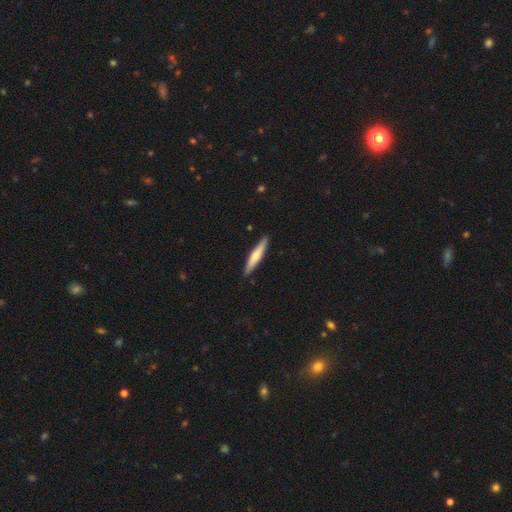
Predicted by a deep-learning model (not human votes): smooth-or-featured: smooth: 58% | featured or disk: 37% | star or artifact: 5%
  how-rounded: cigar-shaped: 90% | in between: 9% | round: 1%
  merging: none: 89% | minor disturbance: 8% | major disturbance: 1% | merger: 1%